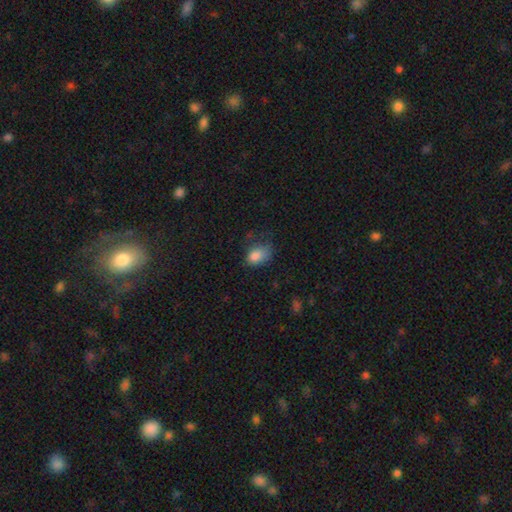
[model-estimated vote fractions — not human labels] Smooth or featured? smooth (83%)
How rounded? in between (83%)
Merging? none (40%)